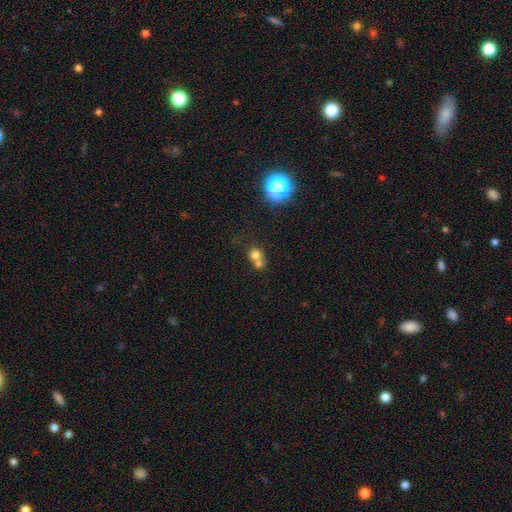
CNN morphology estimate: A smooth galaxy with no disk features (71%) that is round (80%).

Vote fractions:
- Smooth or featured? smooth: 71% / star or artifact: 16% / featured or disk: 14%
- How rounded? round: 80% / in between: 19% / cigar-shaped: 1%
- Merging? merger: 58% / none: 33% / minor disturbance: 6% / major disturbance: 3%